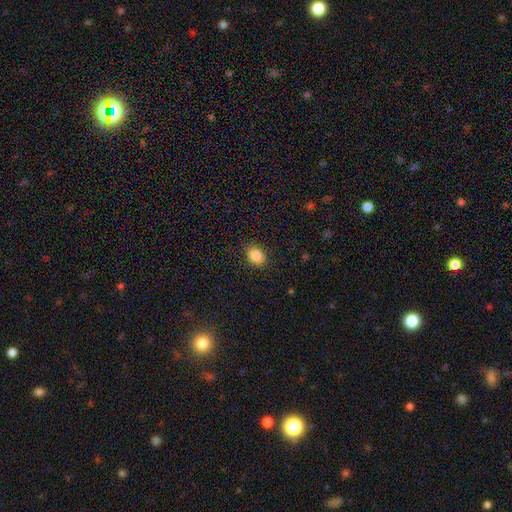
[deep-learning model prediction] The model was most divided on "how rounded": in between: 59%, round: 40%, cigar-shaped: 1%. More confident: merging — none (87%); smooth or featured — smooth (86%).